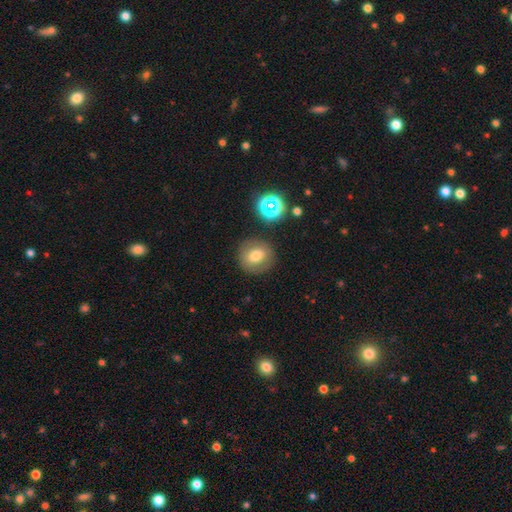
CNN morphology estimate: smooth_or_featured: smooth (p=0.72) [alt: featured or disk p=0.15]
how_rounded: round (p=0.84) [alt: in between p=0.15]
merging: none (p=0.83) [alt: minor disturbance p=0.10]